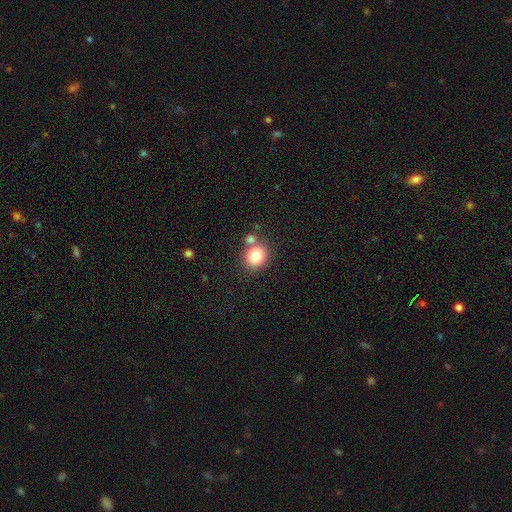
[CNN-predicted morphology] This is clearly a smooth galaxy (80%). How rounded: likely round (72%). Merging: likely none (65%).